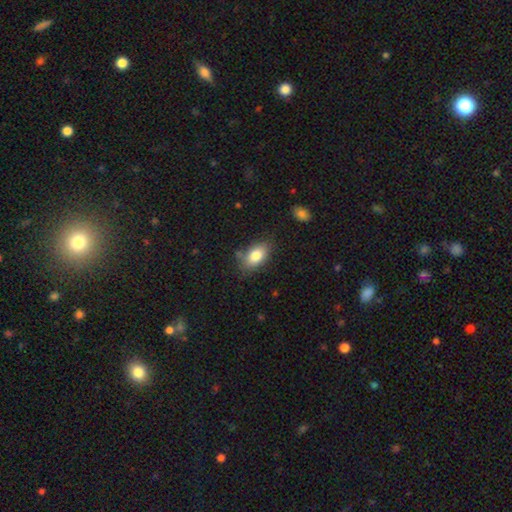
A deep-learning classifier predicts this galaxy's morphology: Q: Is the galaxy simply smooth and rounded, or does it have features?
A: smooth — 82%.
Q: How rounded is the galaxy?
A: in between — 90%.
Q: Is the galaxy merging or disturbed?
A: none — 74%.